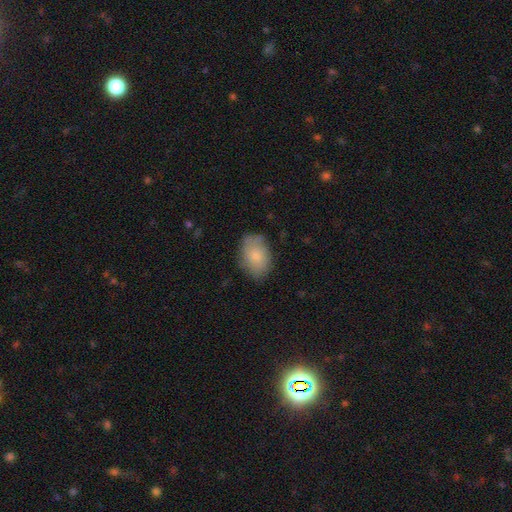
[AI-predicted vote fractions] smooth 78%, featured or disk 16%, star or artifact 7%. Down the decision tree: how rounded — in between (79%); merging — none (75%).